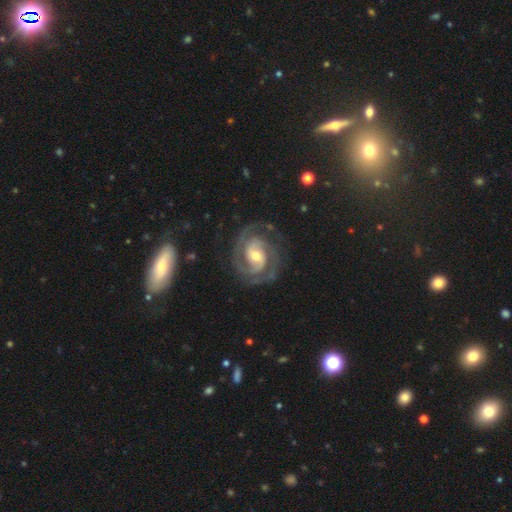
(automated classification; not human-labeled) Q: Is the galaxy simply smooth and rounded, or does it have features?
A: featured or disk — 92%.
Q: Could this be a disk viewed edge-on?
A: no — 98%.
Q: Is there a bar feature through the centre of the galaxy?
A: weak — 41%.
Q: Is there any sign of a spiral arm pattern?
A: yes — 98%.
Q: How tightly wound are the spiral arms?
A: tight — 59%.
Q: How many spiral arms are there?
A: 2 — 70%.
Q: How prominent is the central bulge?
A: moderate — 57%.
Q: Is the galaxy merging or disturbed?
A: none — 78%.